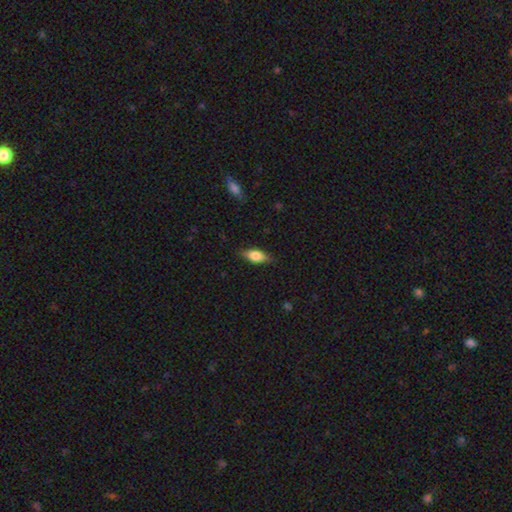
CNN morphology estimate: The model was most divided on "smooth or featured": smooth: 75%, featured or disk: 18%, star or artifact: 7%. More confident: how rounded — in between (81%); merging — none (81%).